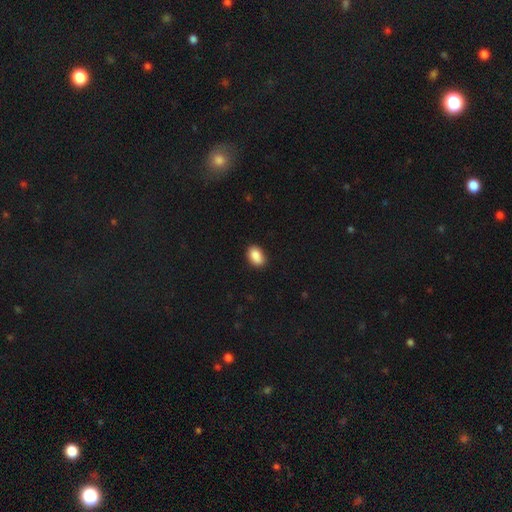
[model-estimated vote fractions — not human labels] smooth_or_featured: smooth (p=0.88) [alt: star or artifact p=0.07]
how_rounded: in between (p=0.88) [alt: round p=0.11]
merging: none (p=0.86) [alt: minor disturbance p=0.11]